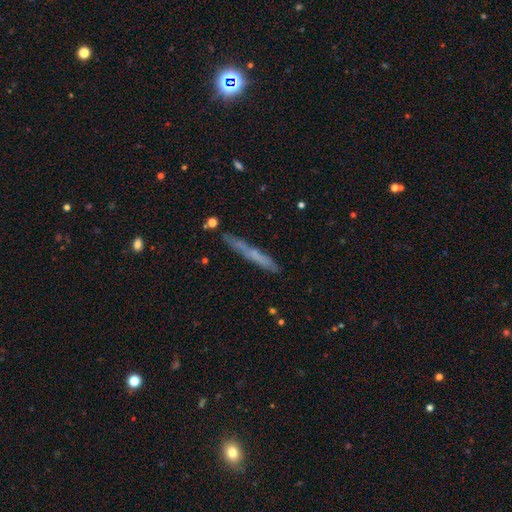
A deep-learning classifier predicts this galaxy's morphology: This appears to be a smooth galaxy with no disk features (54%) that is cigar-shaped (96%). Merging: none (77%).